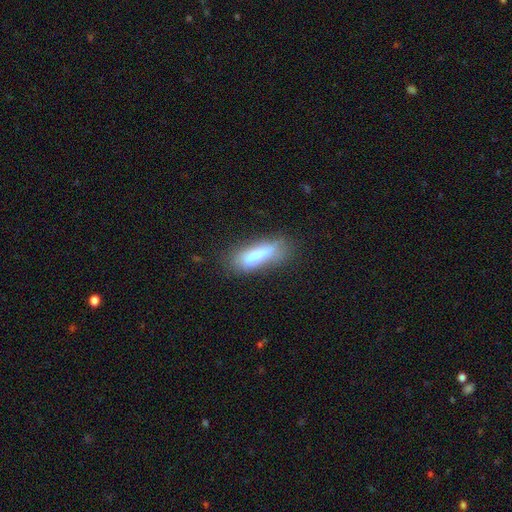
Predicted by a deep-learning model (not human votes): Smooth or featured?
  - smooth: 70% *
  - featured or disk: 22%
  - star or artifact: 9%
How rounded?
  - in between: 50% *
  - cigar-shaped: 47%
  - round: 2%
Merging?
  - none: 59% *
  - minor disturbance: 25%
  - major disturbance: 12%
  - merger: 4%